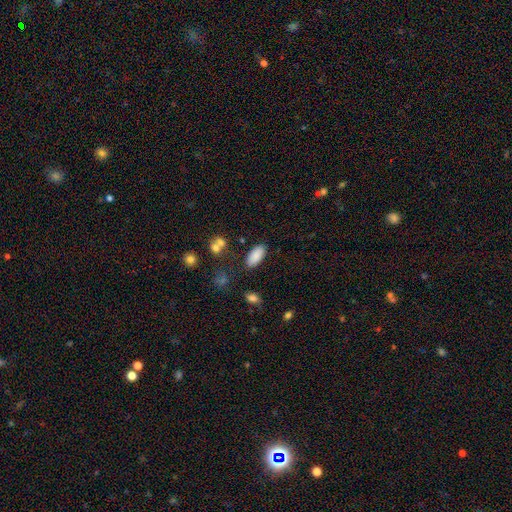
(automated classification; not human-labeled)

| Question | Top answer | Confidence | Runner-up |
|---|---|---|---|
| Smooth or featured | smooth | 86% | star or artifact (8%) |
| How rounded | in between | 91% | cigar-shaped (6%) |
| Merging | none | 82% | minor disturbance (11%) |